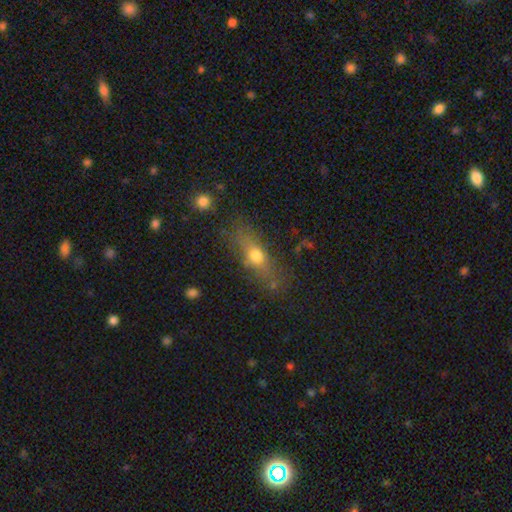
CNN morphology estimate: Overall: smooth (60%; featured or disk 27%). How rounded: in between (51%; cigar-shaped 40%). Merging: none (68%).